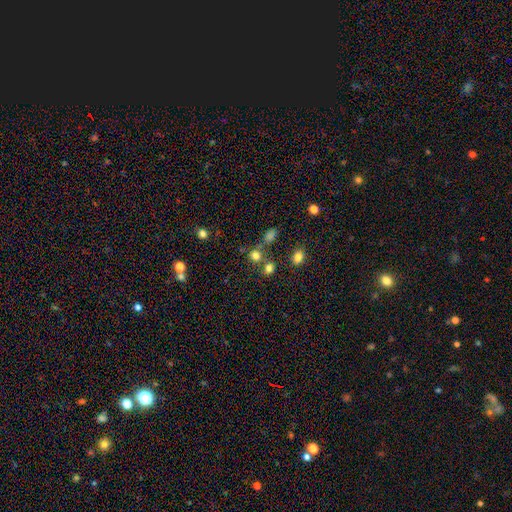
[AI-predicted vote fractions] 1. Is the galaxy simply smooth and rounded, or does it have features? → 76% smooth, 17% star or artifact, 7% featured or disk.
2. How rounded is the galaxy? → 79% round, 20% in between, 1% cigar-shaped.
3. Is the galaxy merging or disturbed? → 63% none, 21% merger, 11% minor disturbance, 5% major disturbance.